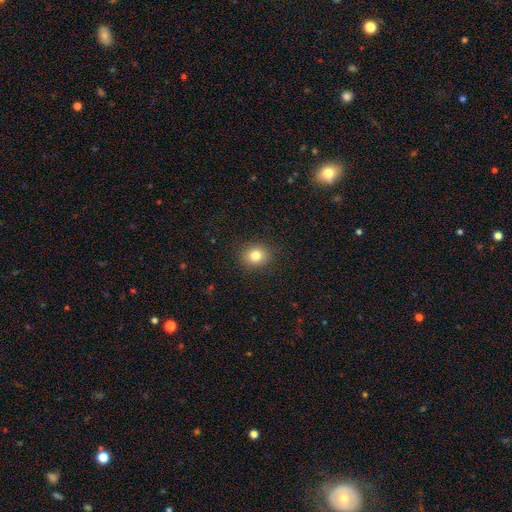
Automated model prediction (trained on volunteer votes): Smooth or featured?
  - smooth: 82% *
  - star or artifact: 11%
  - featured or disk: 7%
How rounded?
  - round: 67% *
  - in between: 32%
  - cigar-shaped: 1%
Merging?
  - none: 89% *
  - minor disturbance: 7%
  - major disturbance: 2%
  - merger: 1%